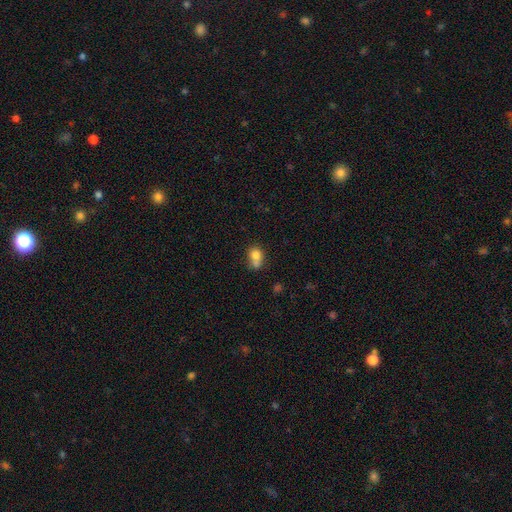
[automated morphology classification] A smooth galaxy with no disk features (76%) that is round (53%). Merging: merger (43%).